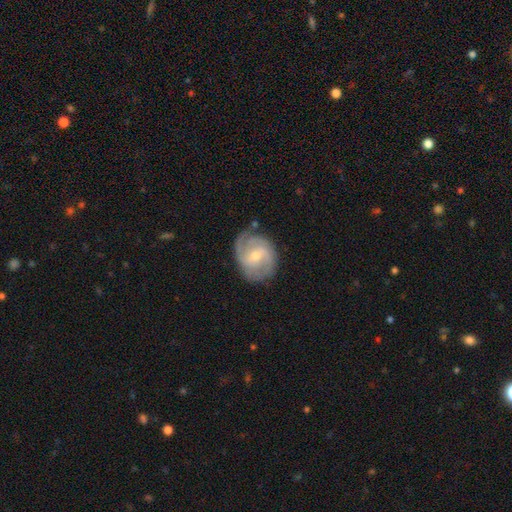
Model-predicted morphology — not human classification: Smooth or featured: featured or disk — 80% (smooth — 14%)
Edge-on disk: no — 98% (yes — 2%)
Bar: weak — 52% (no — 36%)
Spiral arms: yes — 95% (no — 5%)
Spiral winding: medium — 45% (tight — 42%)
Spiral arm count: 2 — 48% (3 — 23%)
Bulge size: small — 54% (moderate — 43%)
Merging: none — 72% (minor disturbance — 19%)